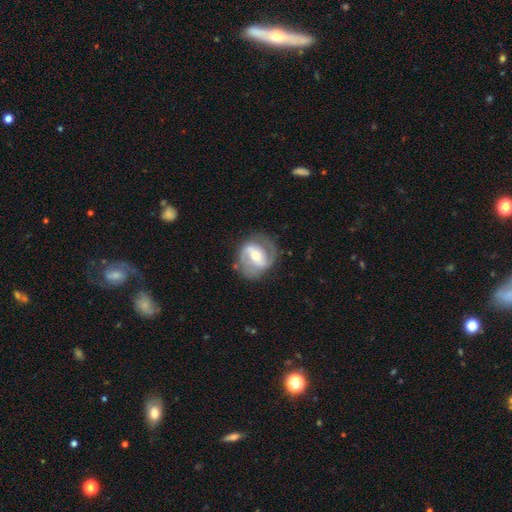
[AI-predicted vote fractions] Smooth or featured? Predicted: featured or disk (p=0.79). Edge-on disk? Predicted: no (p=0.97). Bar? Predicted: weak (p=0.39). Spiral arms? Predicted: yes (p=0.88). Spiral winding? Predicted: medium (p=0.48). Spiral arm count? Predicted: 2 (p=0.84). Bulge size? Predicted: moderate (p=0.59). Merging? Predicted: none (p=0.72).